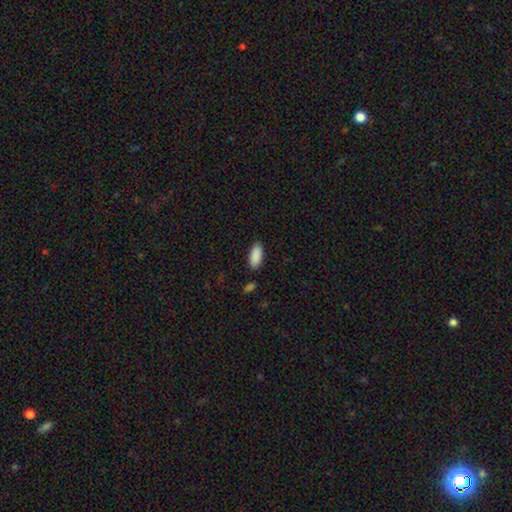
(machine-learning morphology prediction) The model was most divided on "merging": none: 87%, minor disturbance: 9%, merger: 2%, major disturbance: 2%. More confident: smooth or featured — smooth (90%); how rounded — in between (88%).